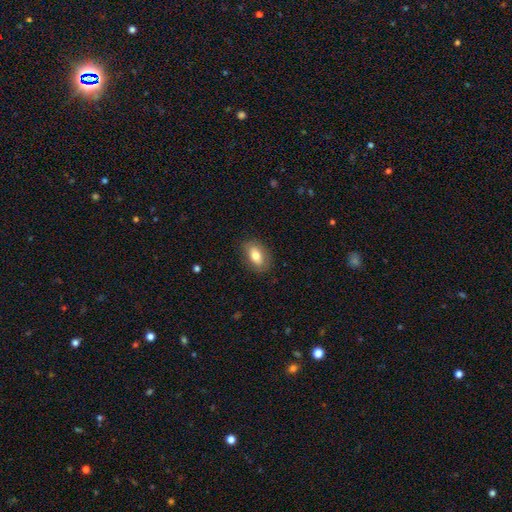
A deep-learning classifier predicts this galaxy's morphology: Smooth or featured? smooth (76%)
How rounded? in between (87%)
Merging? none (84%)